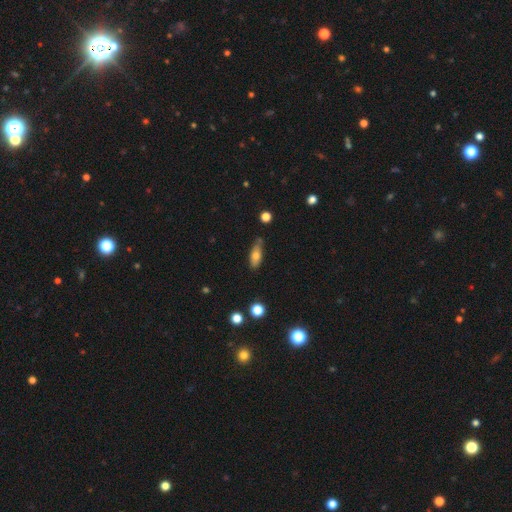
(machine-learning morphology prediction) Smooth or featured: smooth — 69% (featured or disk — 22%)
How rounded: in between — 69% (cigar-shaped — 27%)
Merging: none — 66% (minor disturbance — 25%)